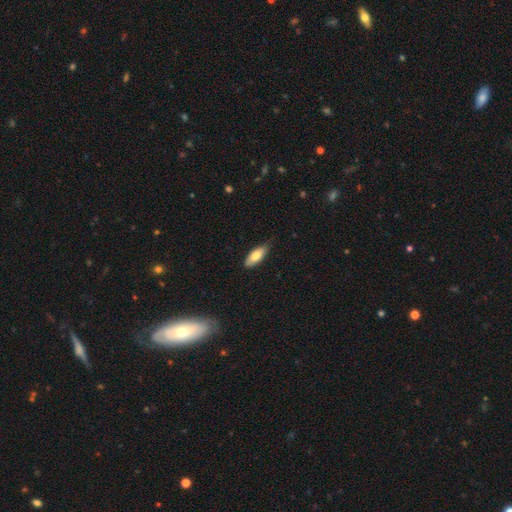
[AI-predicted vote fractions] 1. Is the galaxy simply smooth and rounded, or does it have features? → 78% smooth, 16% featured or disk, 6% star or artifact.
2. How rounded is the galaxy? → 74% in between, 24% cigar-shaped, 2% round.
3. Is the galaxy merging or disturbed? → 75% none, 21% minor disturbance, 3% major disturbance, 1% merger.